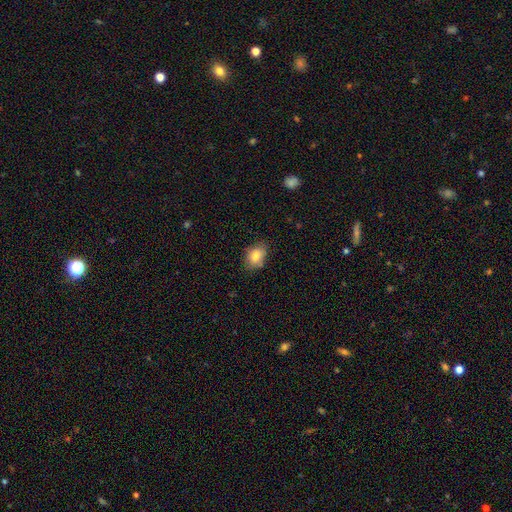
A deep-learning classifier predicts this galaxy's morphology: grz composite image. It shows a smooth galaxy with no disk features (82%) that is in between round and cigar-shaped (79%). Merging: none (71%).